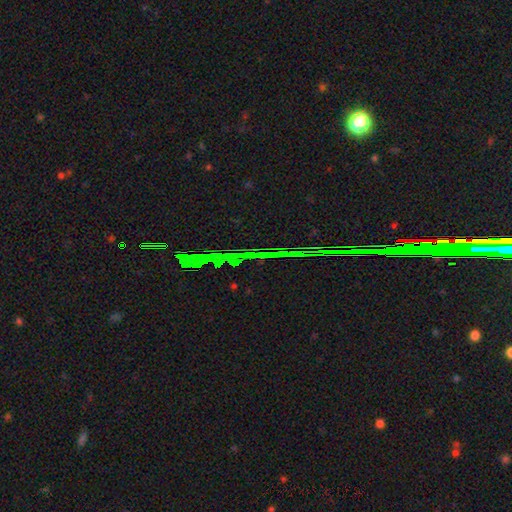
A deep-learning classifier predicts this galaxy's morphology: smooth-or-featured: star or artifact: 85% | featured or disk: 8% | smooth: 7%